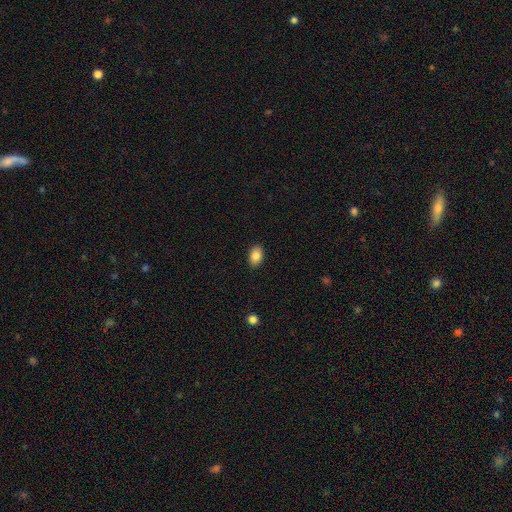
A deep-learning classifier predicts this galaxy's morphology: Smooth or featured: smooth — 86% (star or artifact — 8%)
How rounded: in between — 87% (round — 12%)
Merging: none — 89% (minor disturbance — 8%)